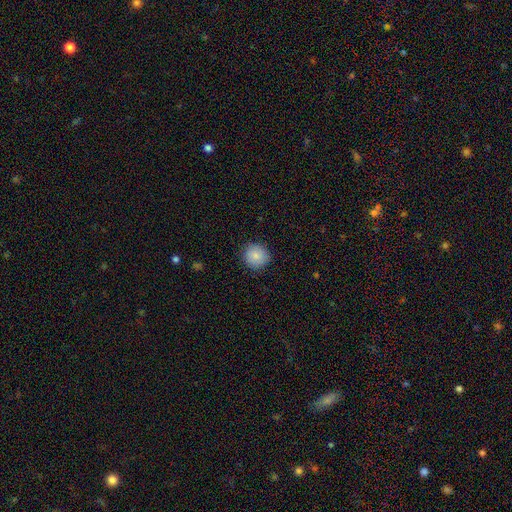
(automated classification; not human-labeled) Morphology: type=smooth (85%); roundness=round (92%); merging=none (88%).